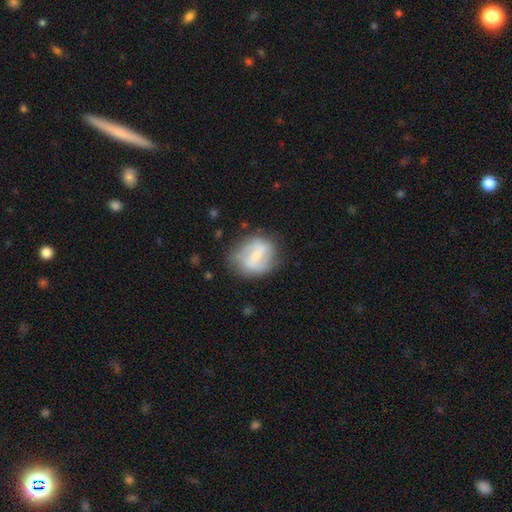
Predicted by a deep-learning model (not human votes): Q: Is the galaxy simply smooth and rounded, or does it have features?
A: featured or disk — 55%.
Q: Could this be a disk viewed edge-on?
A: no — 96%.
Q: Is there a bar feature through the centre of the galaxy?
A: weak — 42%, tied with strong.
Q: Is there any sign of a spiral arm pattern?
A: yes — 66%.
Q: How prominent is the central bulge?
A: small — 50%.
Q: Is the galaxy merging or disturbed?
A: none — 67%.